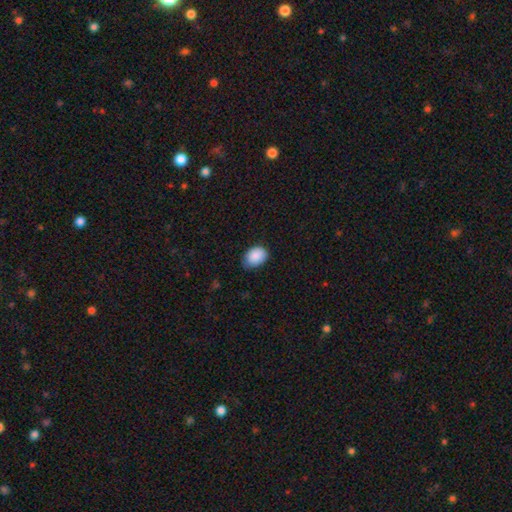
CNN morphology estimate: Smooth or featured: smooth — 89% (star or artifact — 7%)
How rounded: in between — 75% (round — 24%)
Merging: none — 68% (minor disturbance — 27%)